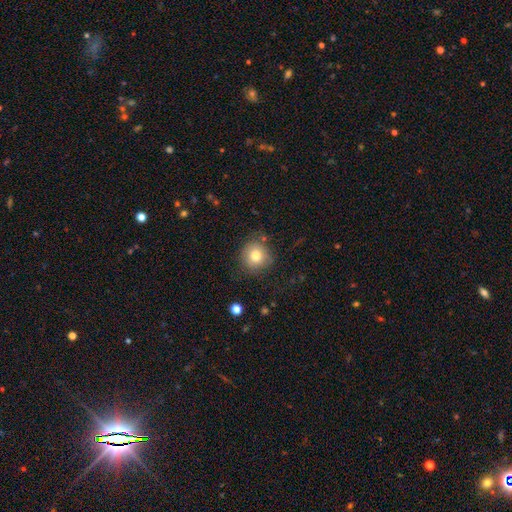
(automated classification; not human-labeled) This is likely a smooth galaxy (78%). How rounded: clearly round (90%). Merging: likely none (80%).